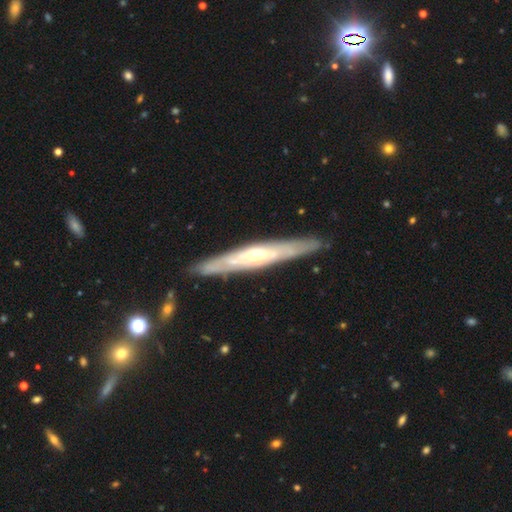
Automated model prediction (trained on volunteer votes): Smooth or featured? featured or disk (74%)
Edge-on disk? yes (79%)
Edge-on bulge? rounded (71%)
Merging? none (87%)